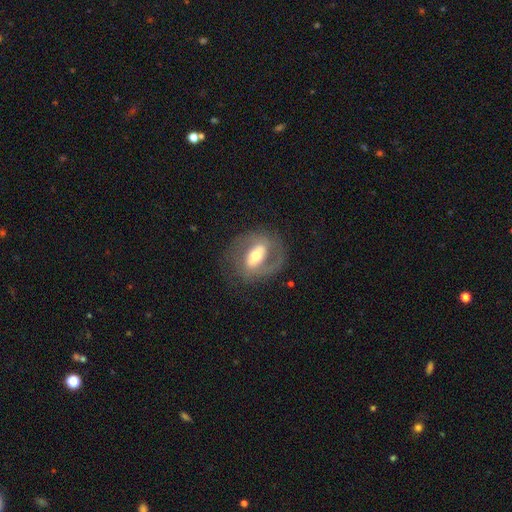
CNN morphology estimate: Smooth or featured: featured or disk — 74% (smooth — 20%)
Edge-on disk: no — 93% (yes — 7%)
Bar: strong — 50% (weak — 32%)
Spiral arms: yes — 72% (no — 28%)
Bulge size: moderate — 66% (small — 19%)
Merging: none — 72% (minor disturbance — 15%)